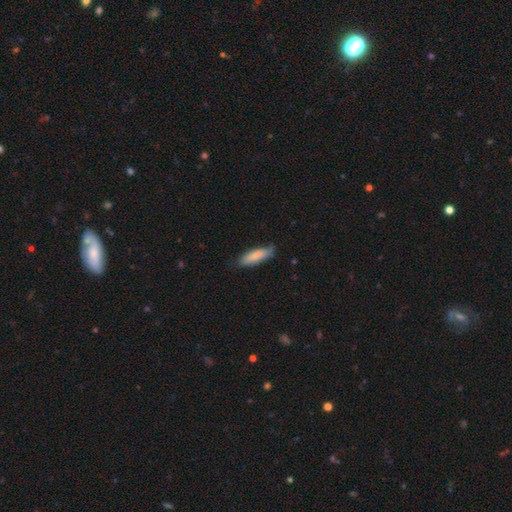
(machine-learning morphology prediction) Smooth or featured: smooth — 82% (featured or disk — 13%)
How rounded: cigar-shaped — 53% (in between — 45%)
Merging: none — 74% (minor disturbance — 22%)